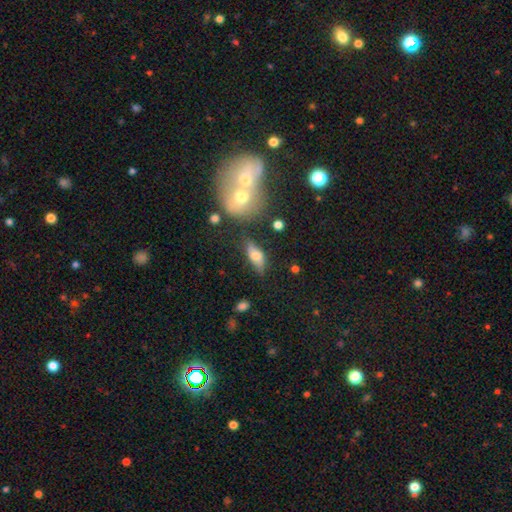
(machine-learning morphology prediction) A smooth galaxy with no disk features (54%) that is in between round and cigar-shaped (71%). Merging: none (63%).